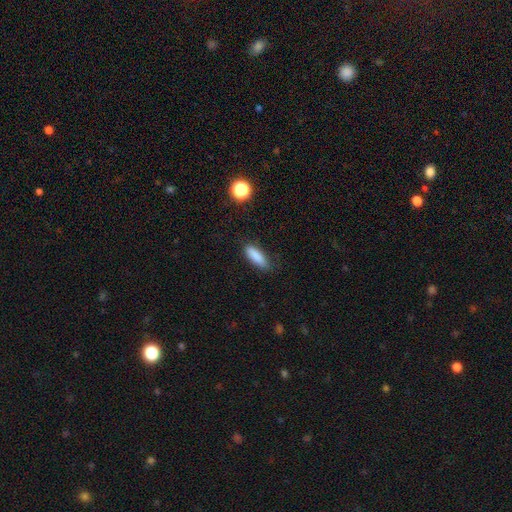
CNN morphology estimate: type=smooth (86%); roundness=in between (52%); merging=none (79%).